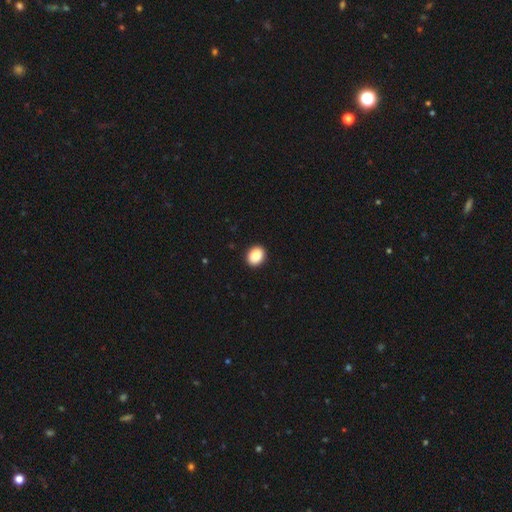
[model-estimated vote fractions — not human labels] This is clearly a smooth galaxy (89%). How rounded: possibly round (55%). Merging: clearly none (93%).